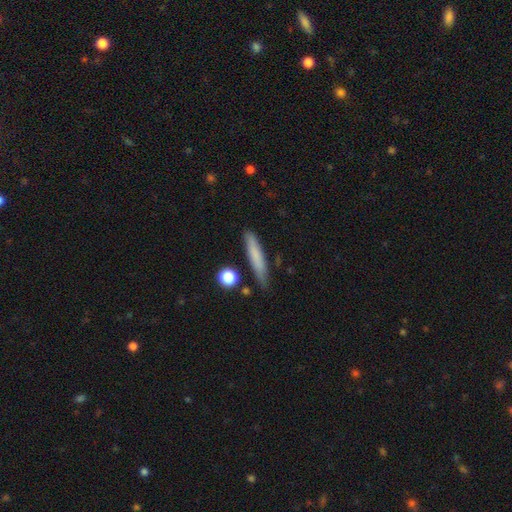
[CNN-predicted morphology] Smooth or featured: smooth — 73% (featured or disk — 20%)
How rounded: cigar-shaped — 90% (in between — 8%)
Merging: none — 80% (minor disturbance — 14%)